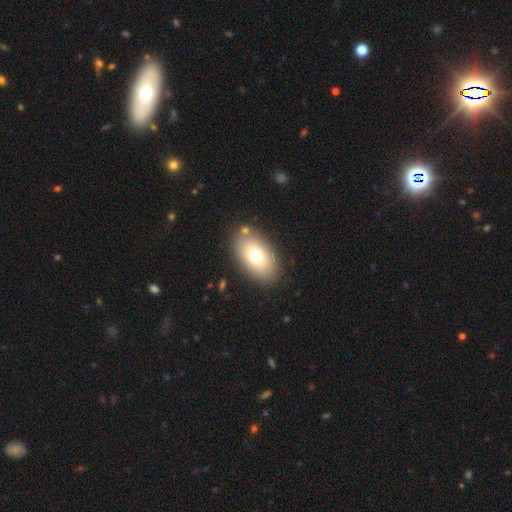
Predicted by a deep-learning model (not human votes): The model was most divided on "smooth or featured": smooth: 74%, featured or disk: 17%, star or artifact: 8%. More confident: how rounded — in between (92%); merging — none (84%).